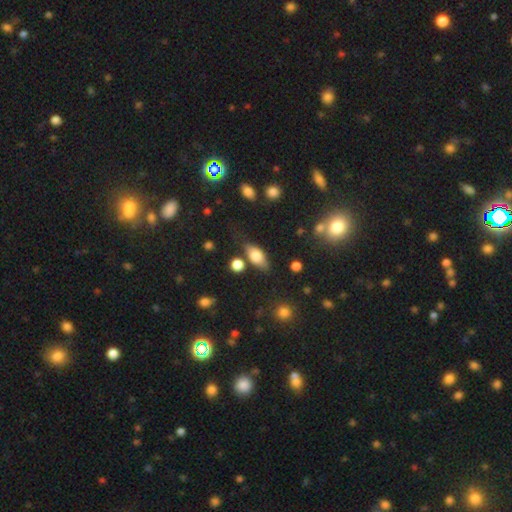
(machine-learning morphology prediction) smooth 71%, featured or disk 20%, star or artifact 9%. Down the decision tree: how rounded — in between (82%); merging — none (69%).